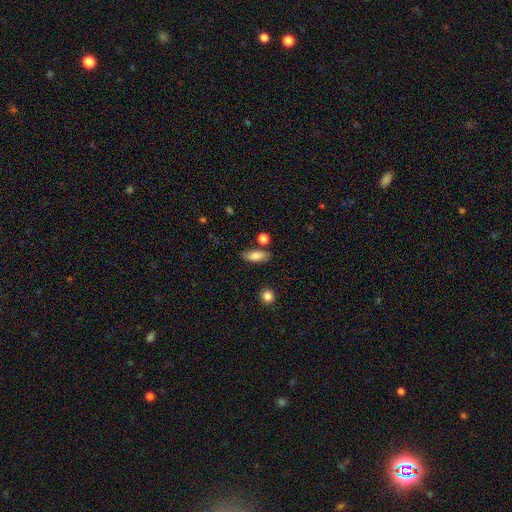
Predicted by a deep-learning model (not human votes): smooth-or-featured: smooth: 80% | featured or disk: 13% | star or artifact: 8%
  how-rounded: in between: 77% | cigar-shaped: 19% | round: 4%
  merging: none: 78% | minor disturbance: 13% | merger: 5% | major disturbance: 3%